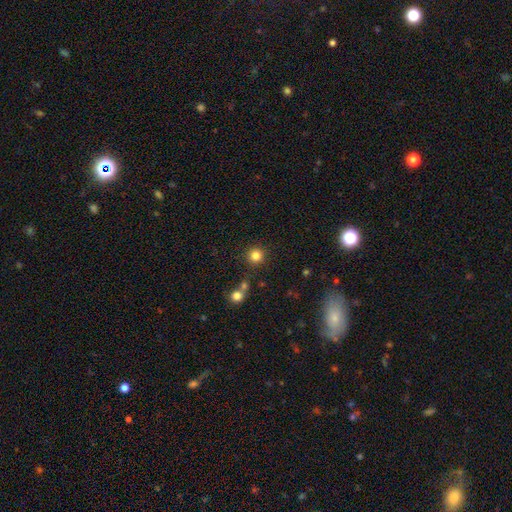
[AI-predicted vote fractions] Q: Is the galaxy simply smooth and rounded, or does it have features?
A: smooth — 82%.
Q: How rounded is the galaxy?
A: round — 94%.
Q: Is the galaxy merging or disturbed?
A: none — 86%.